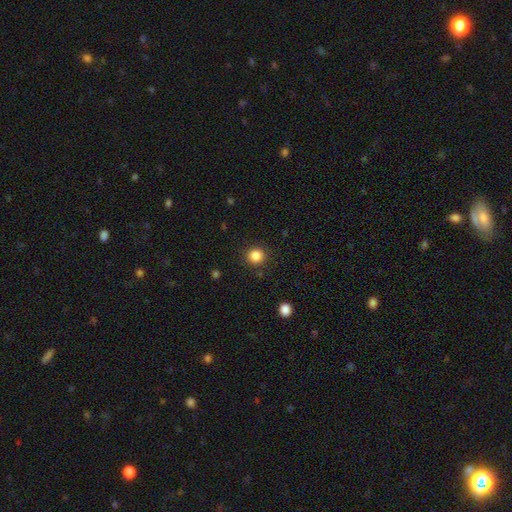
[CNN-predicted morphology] smooth_or_featured: smooth (p=0.85) [alt: star or artifact p=0.12]
how_rounded: round (p=0.91) [alt: in between p=0.08]
merging: none (p=0.90) [alt: minor disturbance p=0.06]